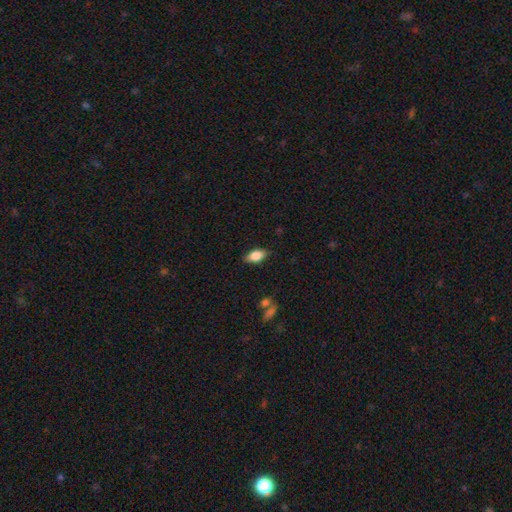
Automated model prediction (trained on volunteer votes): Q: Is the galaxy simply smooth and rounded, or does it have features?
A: smooth — 80%.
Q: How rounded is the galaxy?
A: in between — 89%.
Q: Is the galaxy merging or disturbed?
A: none — 84%.